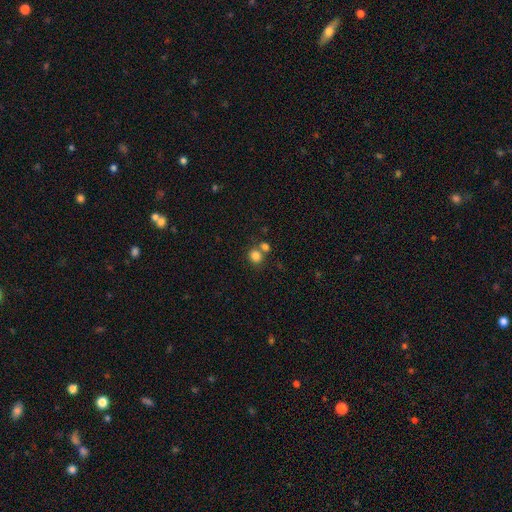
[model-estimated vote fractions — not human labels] smooth 82%, star or artifact 11%, featured or disk 6%. Down the decision tree: how rounded — round (77%); merging — none (58%).